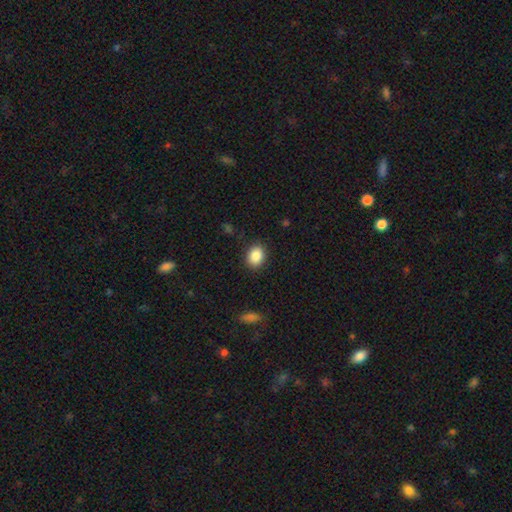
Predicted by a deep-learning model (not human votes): smooth-or-featured: smooth: 87% | star or artifact: 8% | featured or disk: 5%
  how-rounded: in between: 54% | round: 45% | cigar-shaped: 1%
  merging: none: 88% | minor disturbance: 8% | major disturbance: 3% | merger: 1%